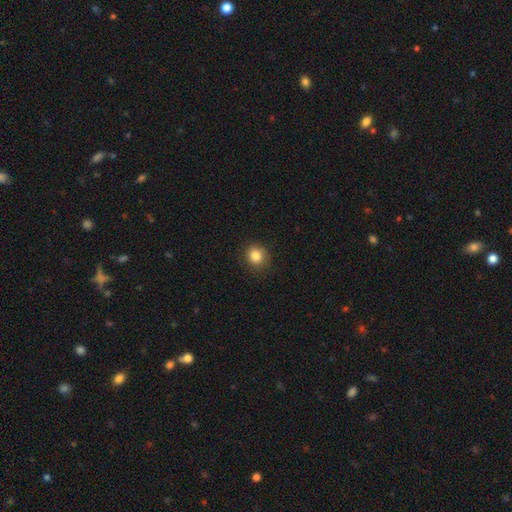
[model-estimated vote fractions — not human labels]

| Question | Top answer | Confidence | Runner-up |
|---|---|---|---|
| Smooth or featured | smooth | 84% | star or artifact (11%) |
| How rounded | round | 84% | in between (15%) |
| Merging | none | 86% | minor disturbance (10%) |